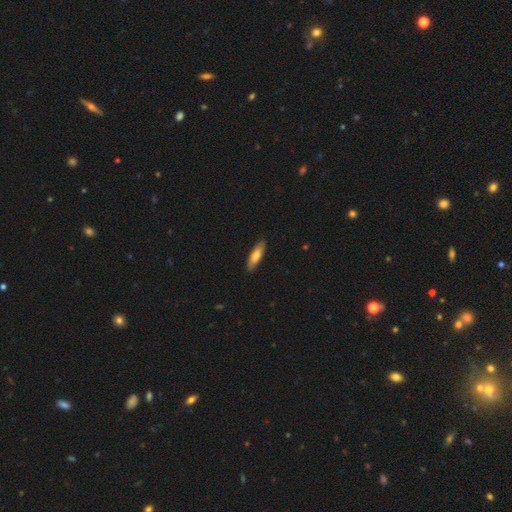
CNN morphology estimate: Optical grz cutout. It shows a smooth galaxy with no disk features (74%) that is cigar-shaped (60%). Merging: none (88%).